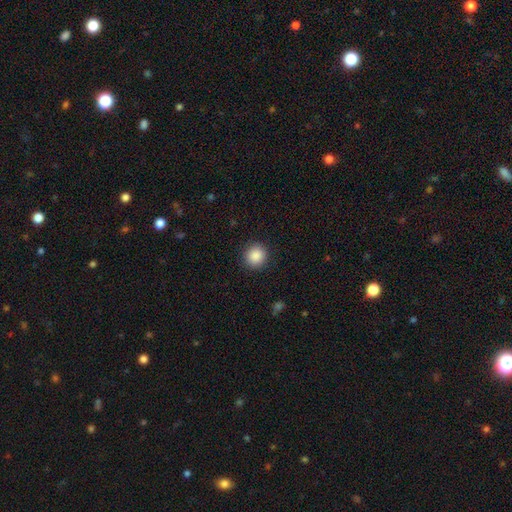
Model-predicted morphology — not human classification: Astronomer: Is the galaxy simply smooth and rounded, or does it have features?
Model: smooth — 88%.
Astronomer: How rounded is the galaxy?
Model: round — 92%.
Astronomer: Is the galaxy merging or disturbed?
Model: none — 91%.